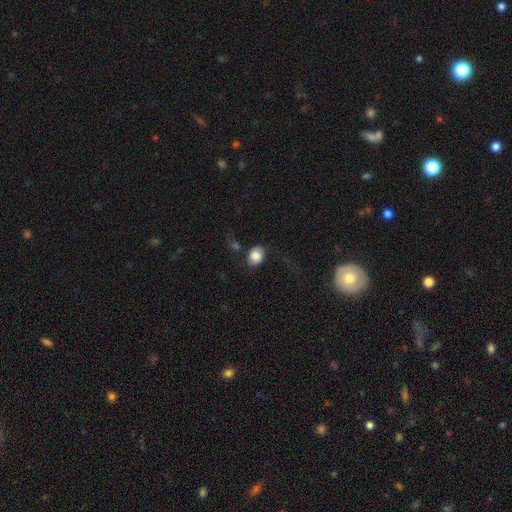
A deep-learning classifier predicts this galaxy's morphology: A smooth galaxy with no disk features (81%) that is round (52%). Merging: none (65%).